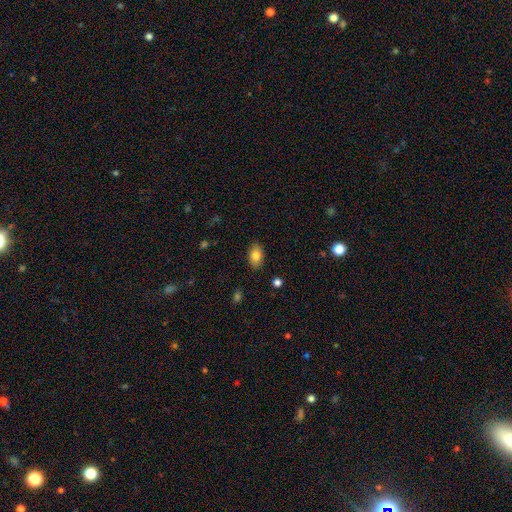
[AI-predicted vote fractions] Overall: smooth (82%). How rounded: in between (89%). Merging: none (87%).